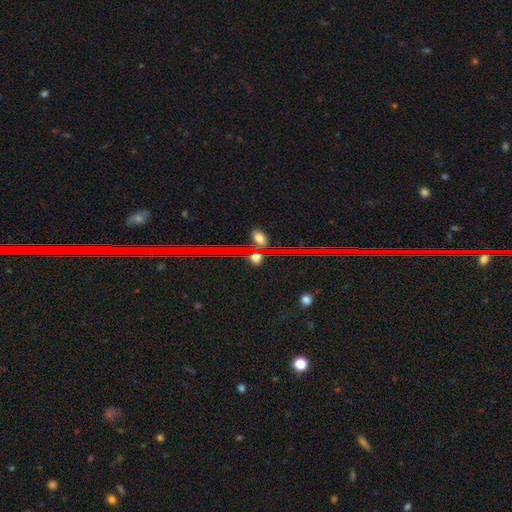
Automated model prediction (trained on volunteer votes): A star or artifact, not a galaxy (45%).

Vote fractions:
- Smooth or featured? star or artifact: 45% / smooth: 42% / featured or disk: 13%